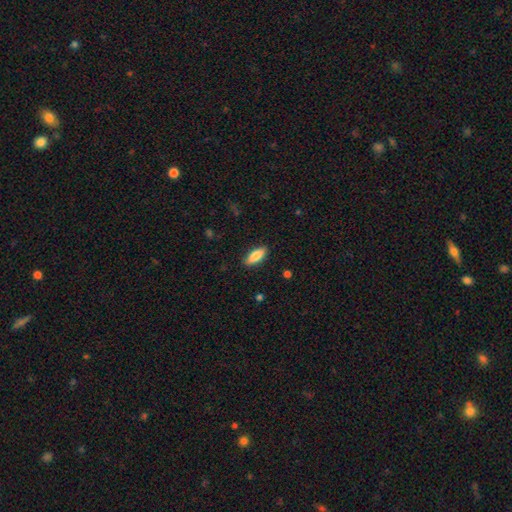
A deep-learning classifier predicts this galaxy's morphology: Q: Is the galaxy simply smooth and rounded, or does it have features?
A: smooth — 84%.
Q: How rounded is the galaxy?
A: in between — 73%.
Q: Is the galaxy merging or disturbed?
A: none — 88%.